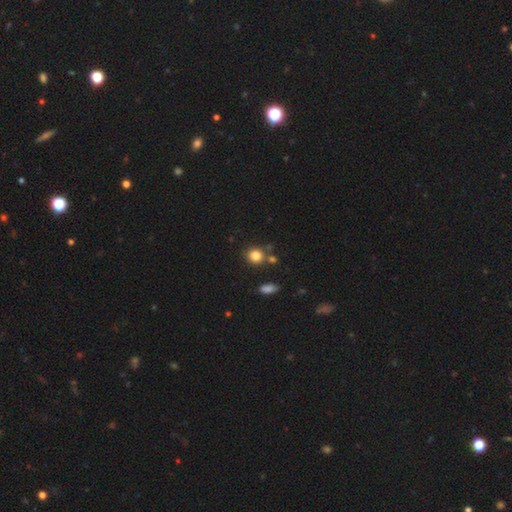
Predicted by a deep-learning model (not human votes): Q: Smooth or featured?
A: smooth (83%); runner-up: star or artifact (11%)
Q: How rounded?
A: round (82%); runner-up: in between (16%)
Q: Merging?
A: none (75%); runner-up: merger (11%)